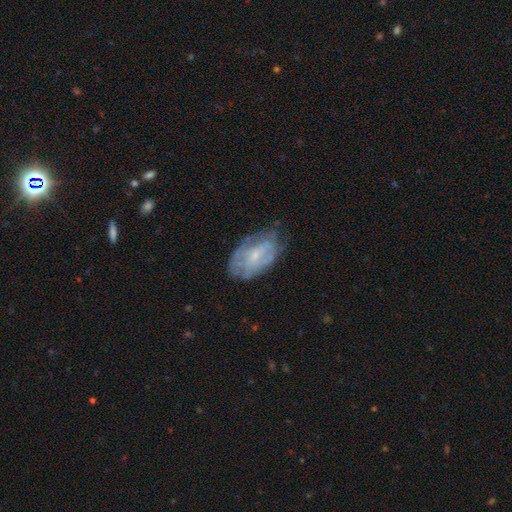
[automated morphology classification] This is possibly a featured or disk galaxy (59%). It is clearly not viewed edge-on (94%). Bar: possibly no (58%). Spiral arm pattern: possibly yes (57%). Central bulge: likely small (61%). Merging: possibly none (58%).